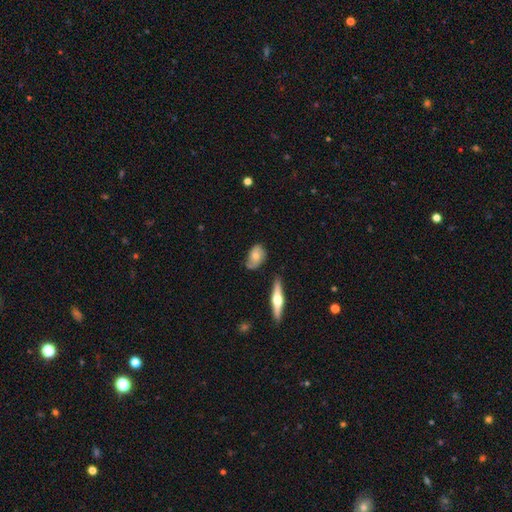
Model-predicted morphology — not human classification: Smooth or featured?
  - smooth: 51% *
  - featured or disk: 42%
  - star or artifact: 7%
How rounded?
  - in between: 83% *
  - round: 13%
  - cigar-shaped: 5%
Merging?
  - none: 58% *
  - minor disturbance: 31%
  - major disturbance: 8%
  - merger: 3%